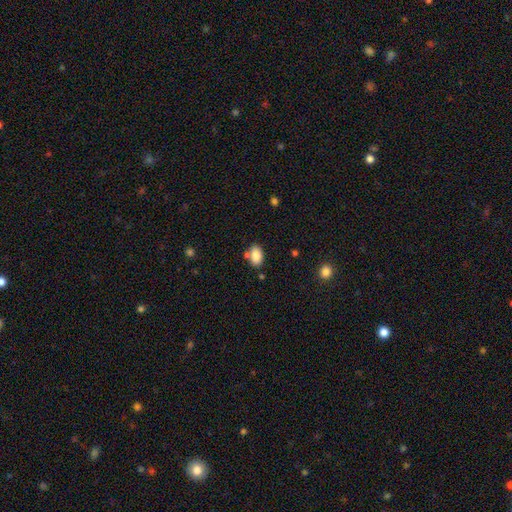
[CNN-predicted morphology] type=smooth (85%); roundness=in between (90%); merging=none (69%).